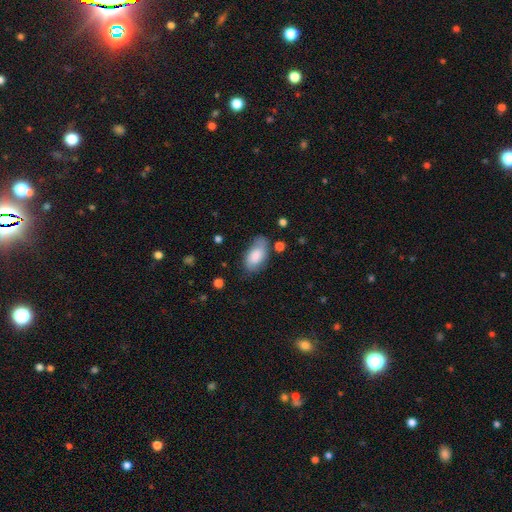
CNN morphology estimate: Smooth or featured? smooth (69%)
How rounded? in between (93%)
Merging? none (63%)